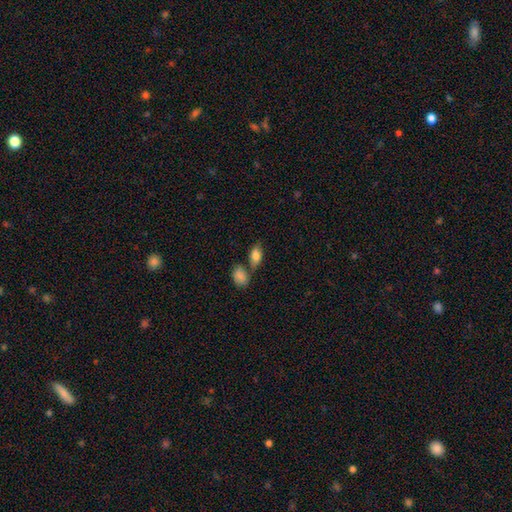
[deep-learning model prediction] Overall: smooth (80%). How rounded: in between (89%). Merging: none (54%; merger 26%).